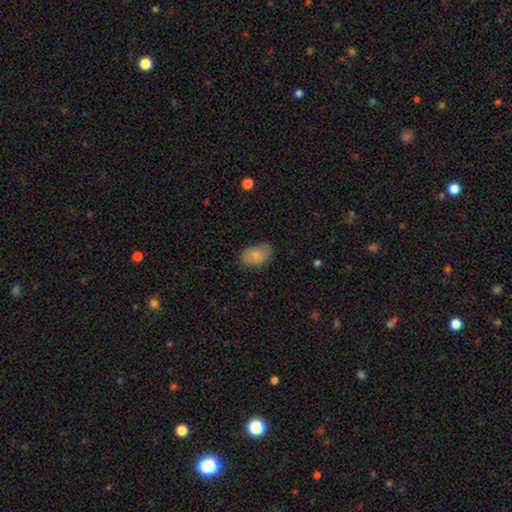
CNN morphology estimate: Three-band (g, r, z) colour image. It shows a smooth galaxy with no disk features (76%) that is in between round and cigar-shaped (86%). Merging: none (75%).